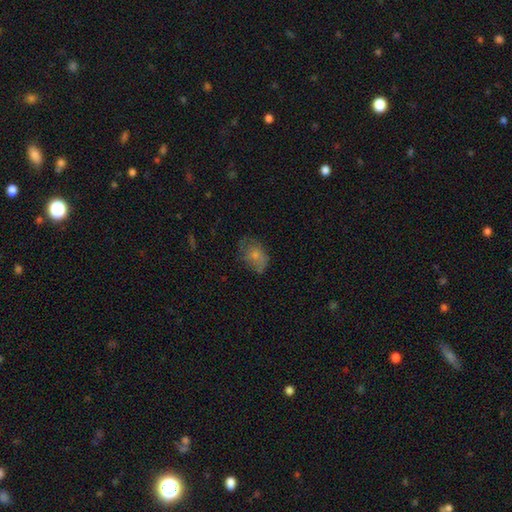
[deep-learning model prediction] Smooth or featured?
  - smooth: 70% *
  - featured or disk: 20%
  - star or artifact: 10%
How rounded?
  - in between: 75% *
  - round: 24%
  - cigar-shaped: 1%
Merging?
  - none: 48% *
  - minor disturbance: 33%
  - major disturbance: 17%
  - merger: 2%